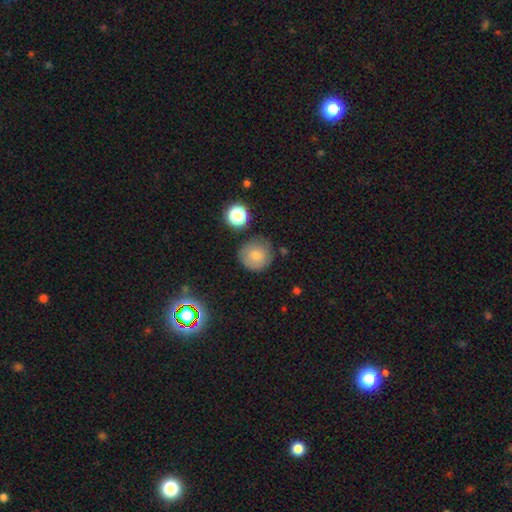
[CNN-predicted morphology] Smooth or featured: smooth — 79% (featured or disk — 11%)
How rounded: round — 91% (in between — 8%)
Merging: none — 76% (minor disturbance — 15%)